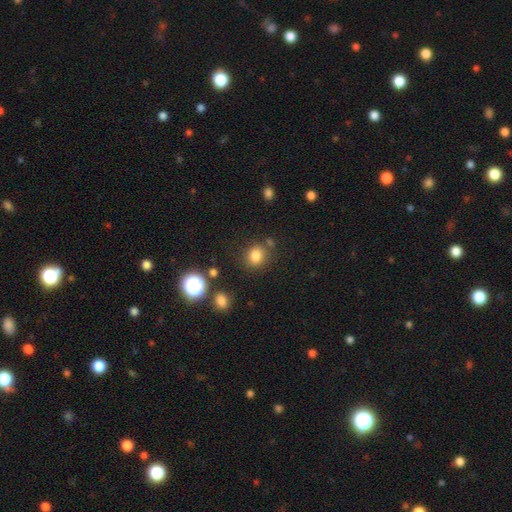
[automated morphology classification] Smooth or featured: smooth — 80% (star or artifact — 14%)
How rounded: round — 75% (in between — 24%)
Merging: none — 78% (minor disturbance — 11%)